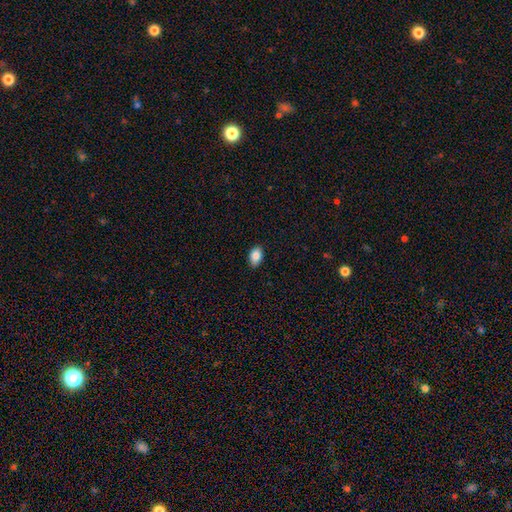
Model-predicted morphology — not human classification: Overall: smooth (86%). How rounded: in between (87%). Merging: none (87%).